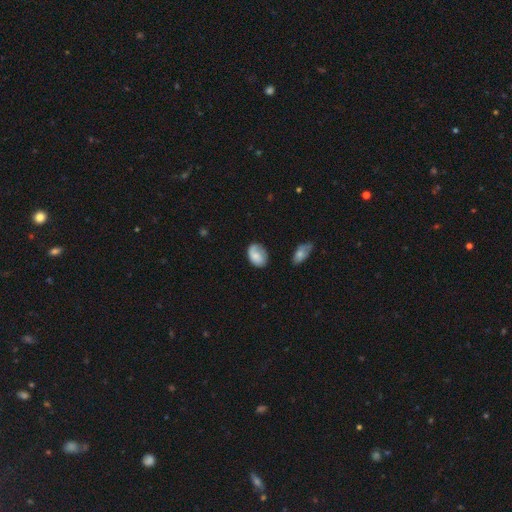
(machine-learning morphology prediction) smooth-or-featured: smooth: 73% | featured or disk: 20% | star or artifact: 7%
  how-rounded: in between: 81% | round: 18% | cigar-shaped: 1%
  merging: none: 58% | minor disturbance: 30% | major disturbance: 9% | merger: 3%